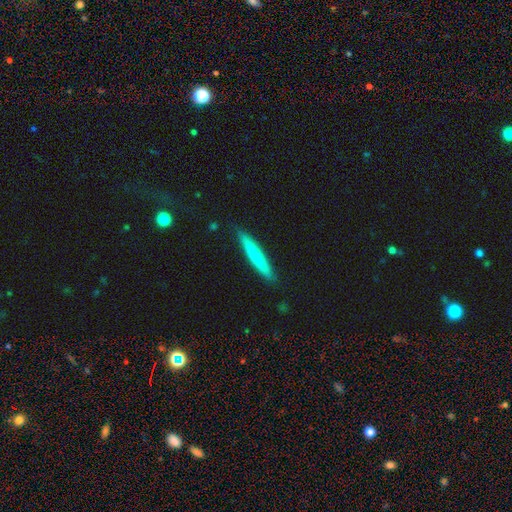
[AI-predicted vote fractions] This is possibly a smooth galaxy (58%). How rounded: clearly cigar-shaped (93%). Merging: clearly none (88%).